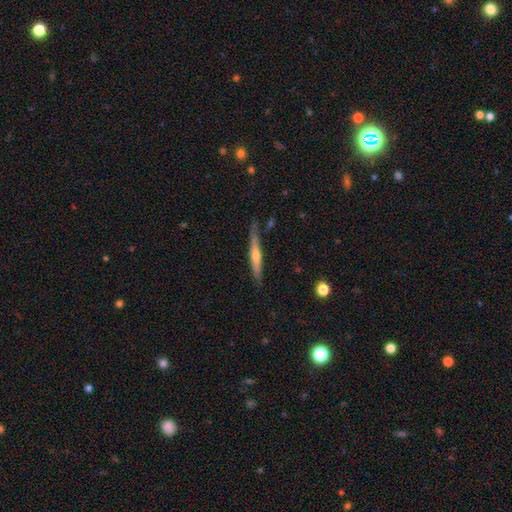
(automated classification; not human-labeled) featured or disk 61%, smooth 32%, star or artifact 6%. Down the decision tree: edge-on disk — yes (96%); edge-on bulge — rounded (70%); merging — none (82%).